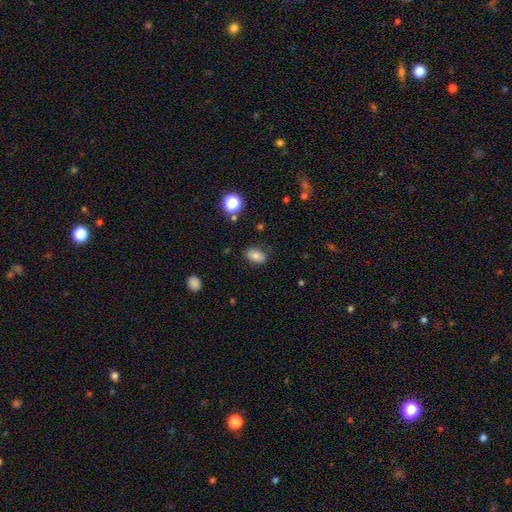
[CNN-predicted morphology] smooth-or-featured: smooth: 79% | star or artifact: 11% | featured or disk: 10%
  how-rounded: in between: 86% | round: 12% | cigar-shaped: 2%
  merging: none: 80% | minor disturbance: 14% | major disturbance: 4% | merger: 2%